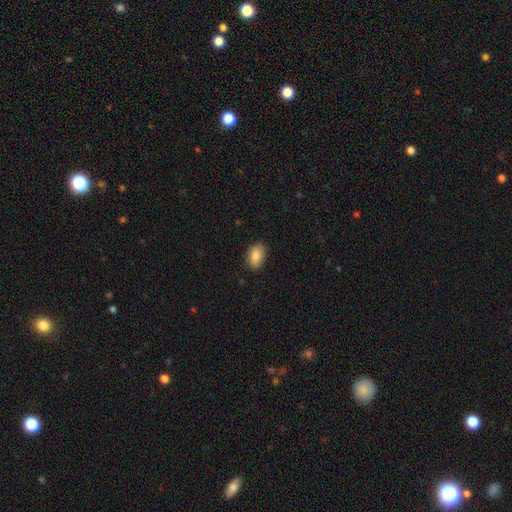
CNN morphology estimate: smooth_or_featured: smooth (p=0.86) [alt: star or artifact p=0.07]
how_rounded: in between (p=0.87) [alt: round p=0.11]
merging: none (p=0.87) [alt: minor disturbance p=0.10]